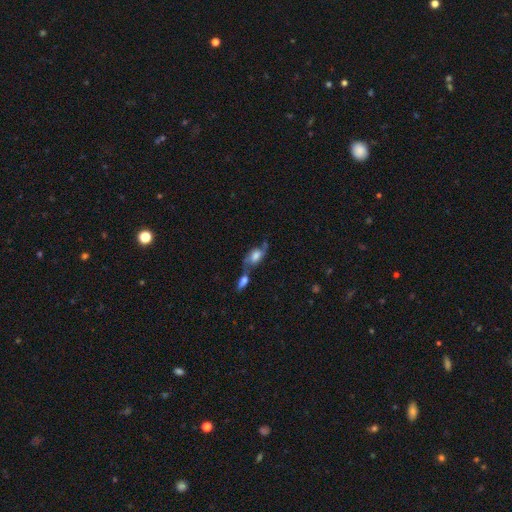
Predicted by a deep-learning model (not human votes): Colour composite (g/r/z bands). It shows a smooth galaxy with no disk features (46%). Merging: merger (43%).